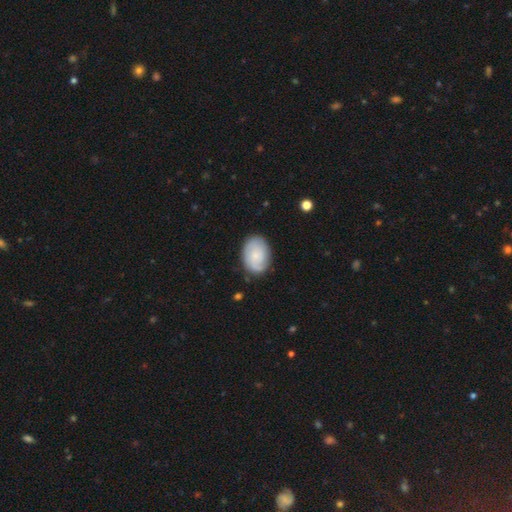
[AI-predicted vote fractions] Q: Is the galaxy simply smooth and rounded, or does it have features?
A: smooth — 51%.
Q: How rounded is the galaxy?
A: in between — 75%.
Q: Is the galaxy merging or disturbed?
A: none — 79%.